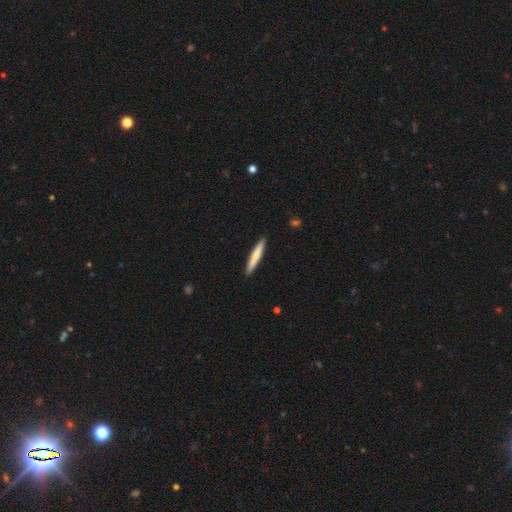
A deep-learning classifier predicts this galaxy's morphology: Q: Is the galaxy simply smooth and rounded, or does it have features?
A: smooth — 68%.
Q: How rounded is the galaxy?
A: cigar-shaped — 95%.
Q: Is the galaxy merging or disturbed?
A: none — 91%.